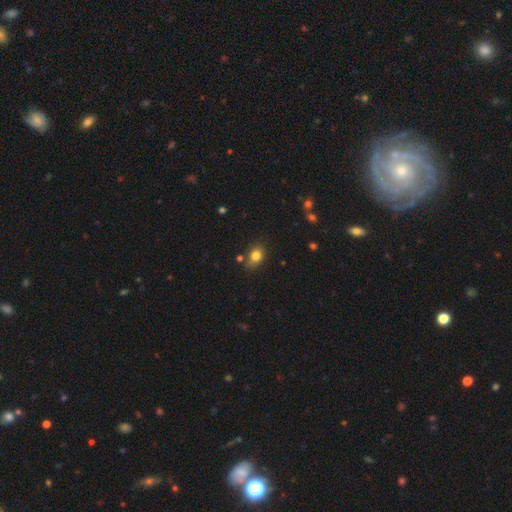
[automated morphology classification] Smooth or featured?
  - smooth: 80% *
  - star or artifact: 11%
  - featured or disk: 9%
How rounded?
  - in between: 60% *
  - round: 39%
  - cigar-shaped: 2%
Merging?
  - none: 68% *
  - minor disturbance: 21%
  - merger: 6%
  - major disturbance: 5%